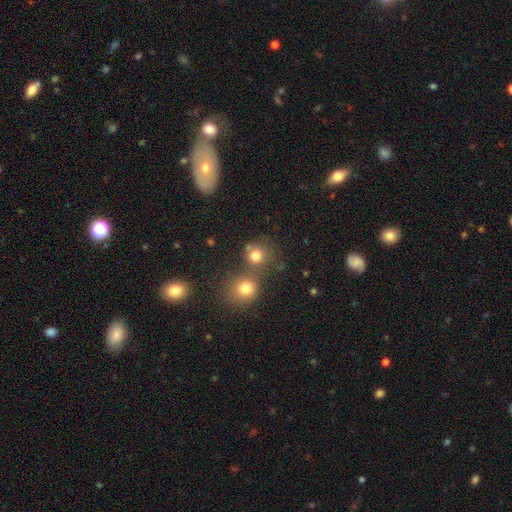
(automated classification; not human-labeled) Smooth or featured: smooth — 78% (star or artifact — 14%)
How rounded: round — 87% (in between — 12%)
Merging: none — 56% (merger — 33%)